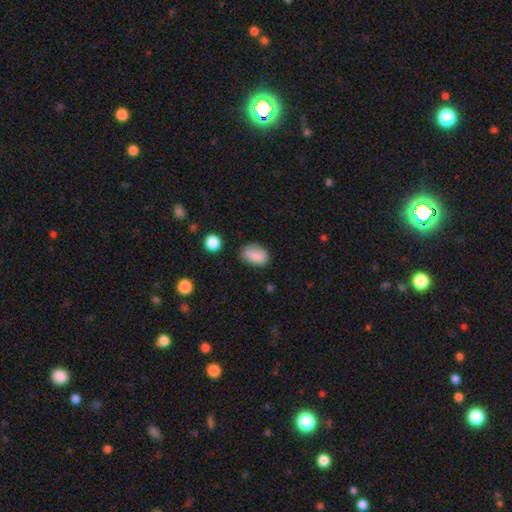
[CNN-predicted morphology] smooth-or-featured: smooth: 81% | featured or disk: 10% | star or artifact: 9%
  how-rounded: in between: 81% | round: 17% | cigar-shaped: 2%
  merging: none: 69% | minor disturbance: 21% | major disturbance: 6% | merger: 4%